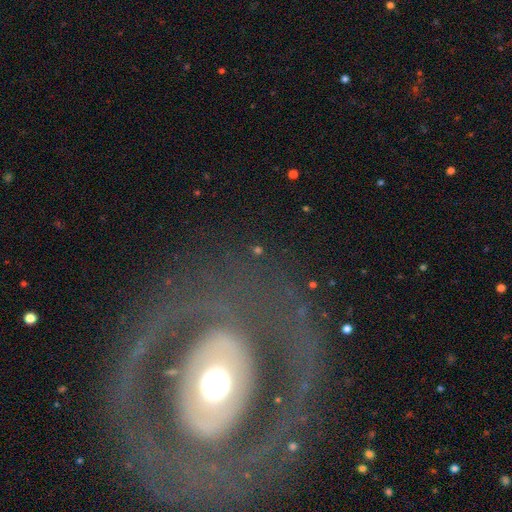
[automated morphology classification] Smooth or featured? featured or disk (68%)
Edge-on disk? no (92%)
Bar? no (62%)
Spiral arms? no (52%)
Bulge size? moderate (57%)
Merging? none (70%)